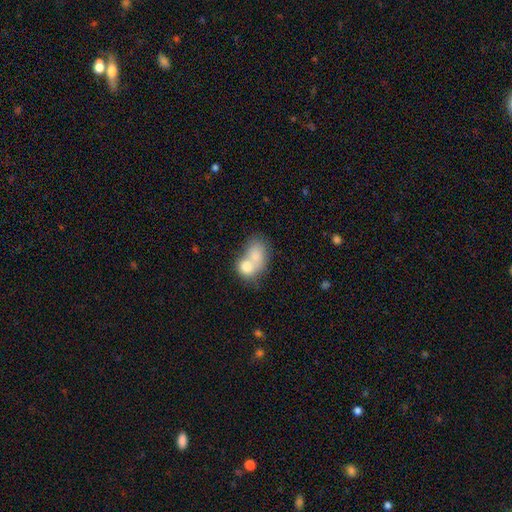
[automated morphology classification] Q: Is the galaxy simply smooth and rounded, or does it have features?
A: smooth — 73%.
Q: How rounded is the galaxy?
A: in between — 63%.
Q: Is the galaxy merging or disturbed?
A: merger — 70%.